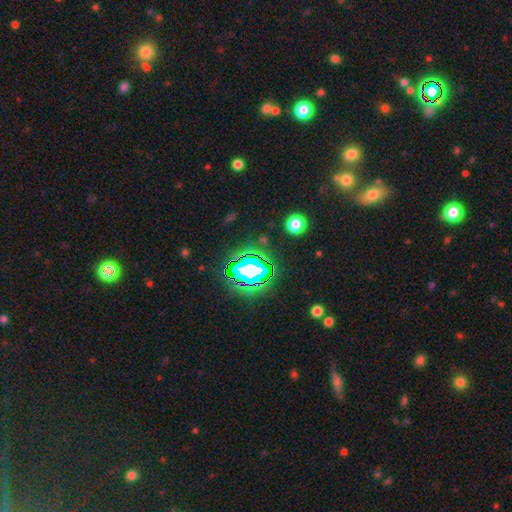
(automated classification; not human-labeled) smooth_or_featured: star or artifact (p=0.76) [alt: smooth p=0.15]